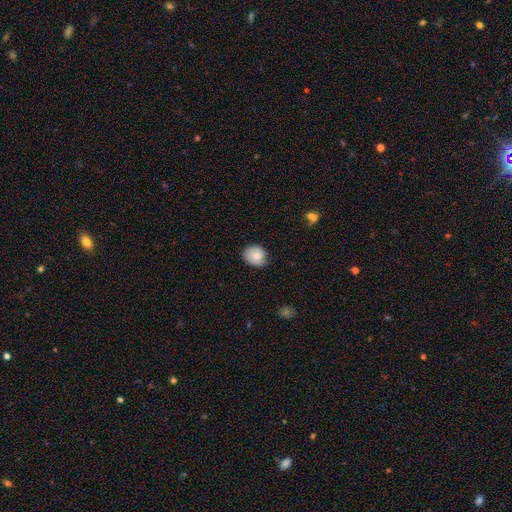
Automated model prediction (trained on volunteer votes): Morphology: type=smooth (78%); roundness=round (67%); merging=none (70%).